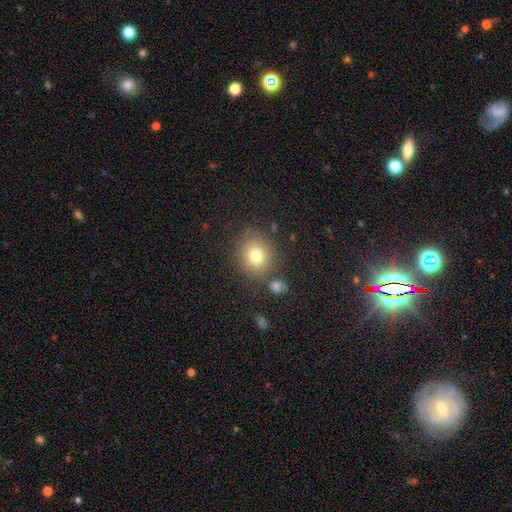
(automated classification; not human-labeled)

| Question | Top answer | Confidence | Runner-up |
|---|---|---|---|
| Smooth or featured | smooth | 77% | star or artifact (13%) |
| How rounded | round | 81% | in between (18%) |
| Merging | none | 79% | minor disturbance (10%) |